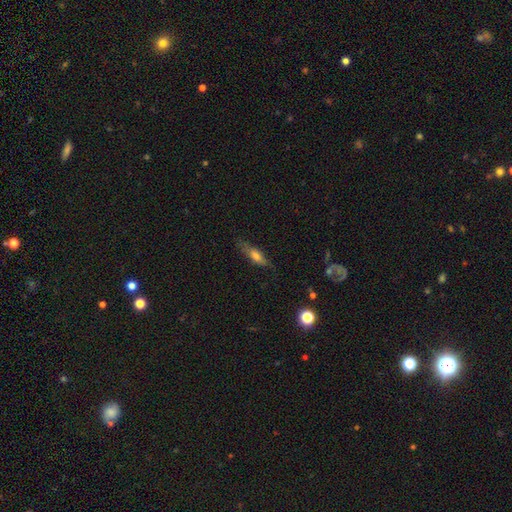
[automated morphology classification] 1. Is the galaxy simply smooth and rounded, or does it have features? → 58% smooth, 33% featured or disk, 8% star or artifact.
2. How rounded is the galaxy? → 50% cigar-shaped, 47% in between, 3% round.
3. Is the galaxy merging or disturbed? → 67% none, 24% minor disturbance, 8% major disturbance, 2% merger.